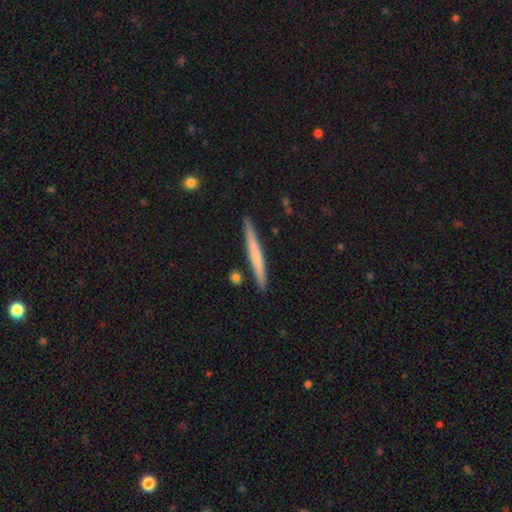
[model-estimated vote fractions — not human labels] Morphology: type=smooth (52%); roundness=cigar-shaped (96%); merging=none (88%).